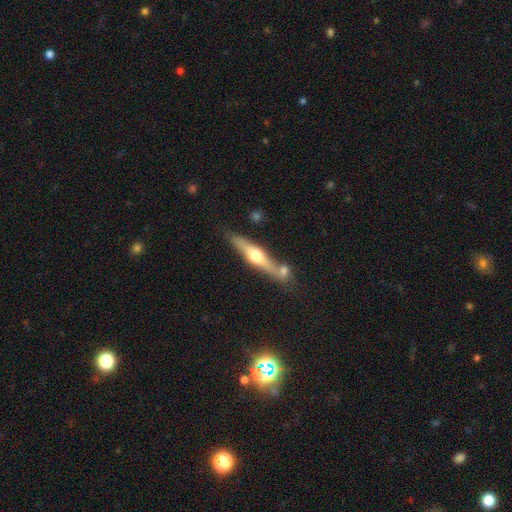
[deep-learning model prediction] Smooth or featured: featured or disk — 64% (smooth — 31%)
Edge-on disk: yes — 94% (no — 6%)
Edge-on bulge: rounded — 93% (boxy — 4%)
Merging: none — 63% (merger — 20%)